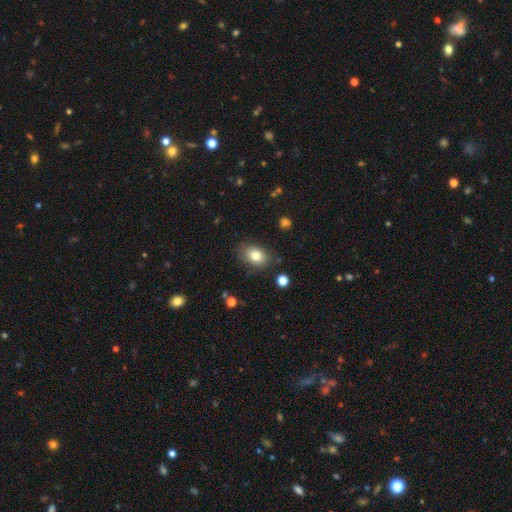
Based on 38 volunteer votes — Smooth or featured? smooth (79%)
How rounded? in between (90%)
Merging? none (65%)